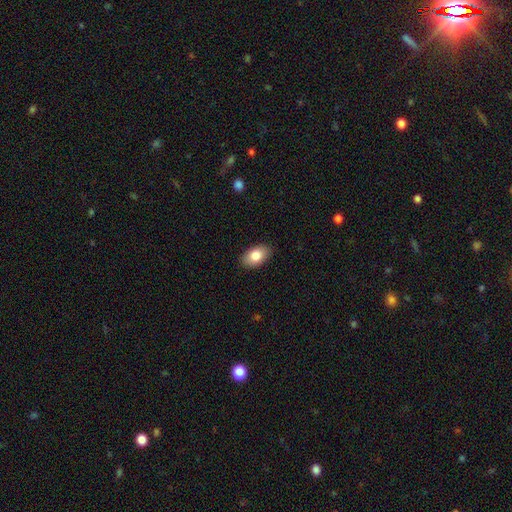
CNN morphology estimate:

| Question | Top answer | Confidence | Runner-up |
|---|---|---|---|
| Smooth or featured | smooth | 83% | featured or disk (10%) |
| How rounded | in between | 92% | round (6%) |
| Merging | none | 88% | minor disturbance (9%) |